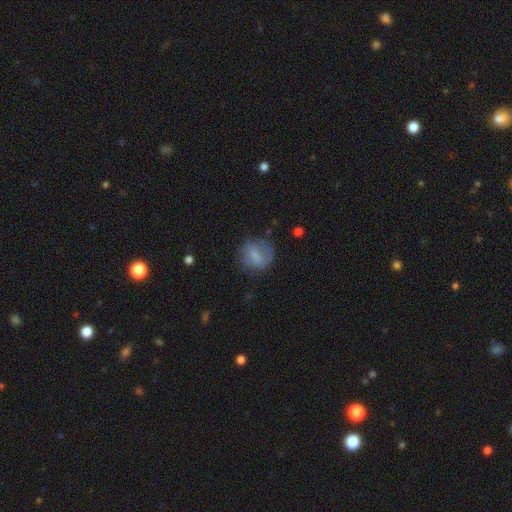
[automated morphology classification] smooth 67%, featured or disk 24%, star or artifact 9%. Down the decision tree: how rounded — round (76%); merging — none (63%).